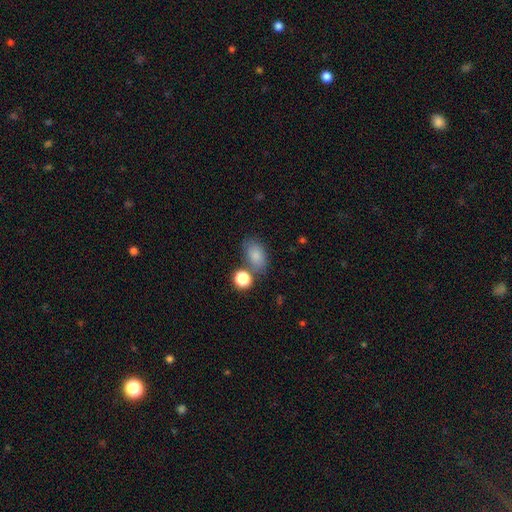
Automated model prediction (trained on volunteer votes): smooth 82%, star or artifact 10%, featured or disk 8%. Down the decision tree: how rounded — in between (85%); merging — none (62%).